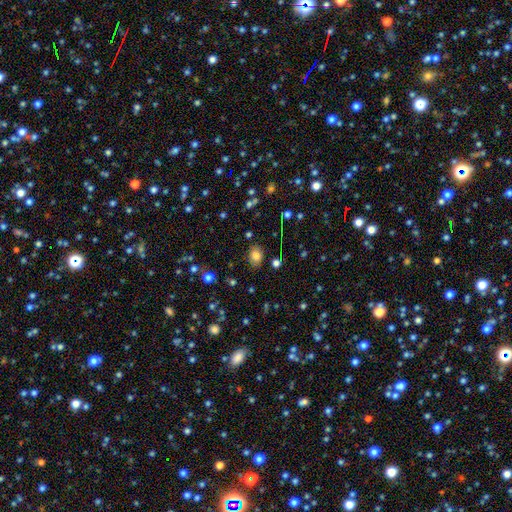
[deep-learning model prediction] smooth_or_featured: smooth (p=0.79) [alt: star or artifact p=0.12]
how_rounded: in between (p=0.67) [alt: round p=0.32]
merging: none (p=0.82) [alt: minor disturbance p=0.13]